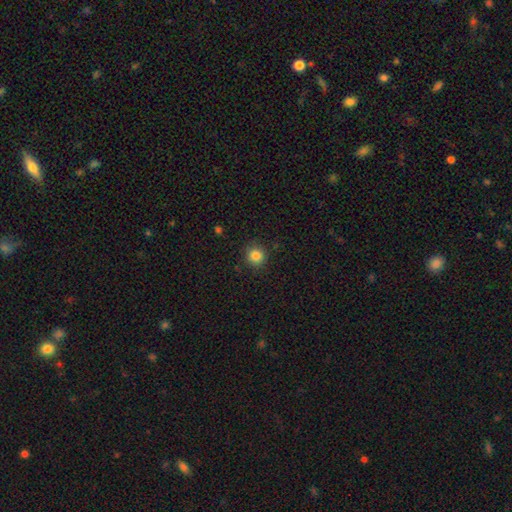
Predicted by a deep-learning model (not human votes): Smooth or featured? Predicted: smooth (p=0.84). How rounded? Predicted: round (p=0.94). Merging? Predicted: none (p=0.90).